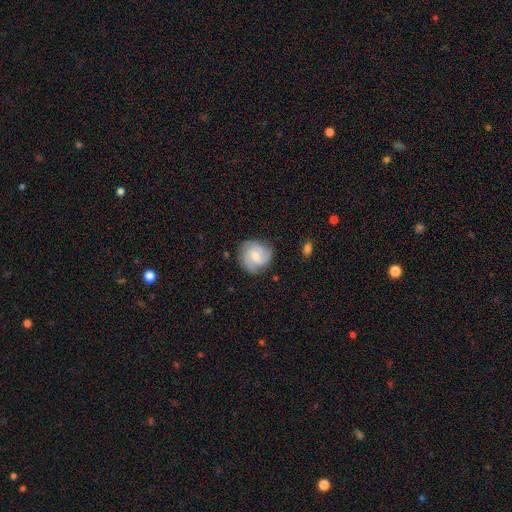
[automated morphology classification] type=featured or disk (61%); edge-on=no (98%); bar=no (54%); spiral arms=yes (92%); winding=tight (46%); arm count=3 (35%); bulge=small (49%); merging=none (75%).